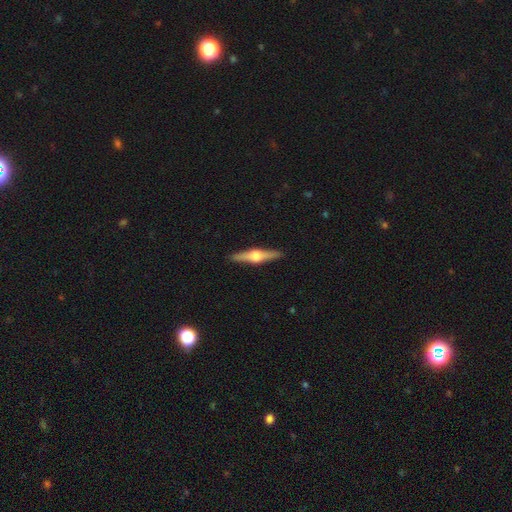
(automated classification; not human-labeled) A featured or disk galaxy (76%) viewed edge-on (98%) with a rounded central bulge (95%).

Vote fractions:
- Smooth or featured? featured or disk: 76% / smooth: 19% / star or artifact: 5%
- Edge-on disk? yes: 98% / no: 2%
- Edge-on bulge? rounded: 95% / boxy: 3% / none: 1%
- Merging? none: 91% / minor disturbance: 6% / major disturbance: 1% / merger: 1%